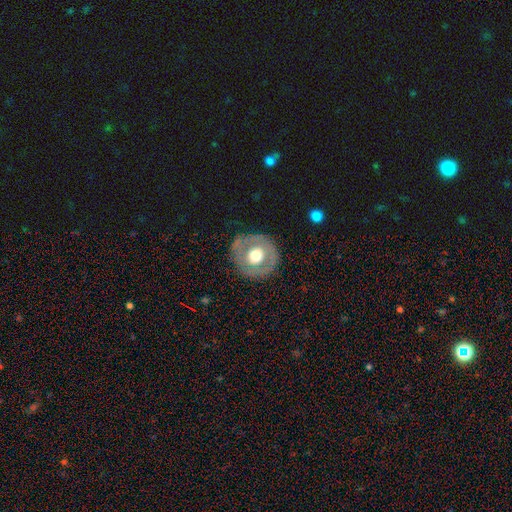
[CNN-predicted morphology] smooth 48%, featured or disk 45%, star or artifact 7%. Down the decision tree: merging — none (81%).